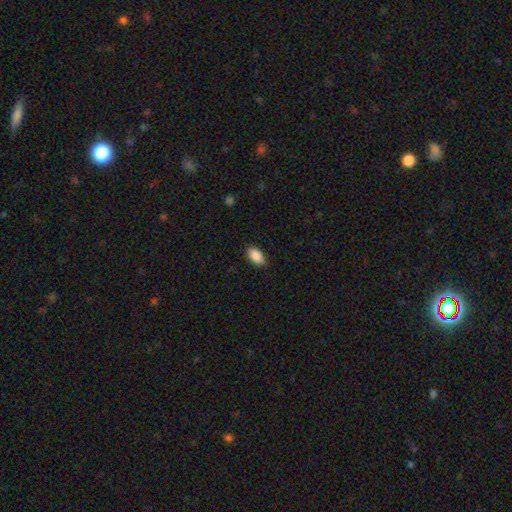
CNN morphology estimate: This appears to be a smooth galaxy with no disk features (89%) that is in between round and cigar-shaped (94%). Merging: none (86%).